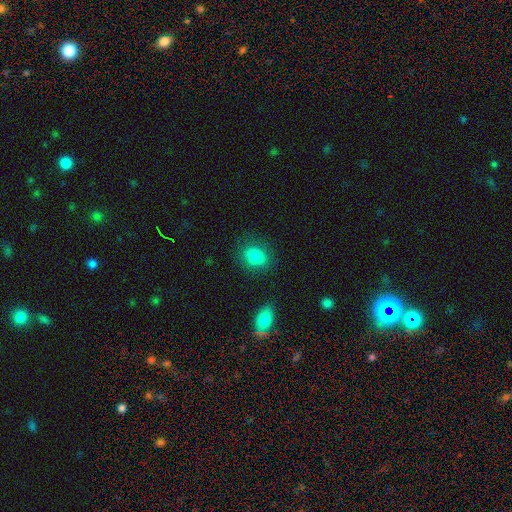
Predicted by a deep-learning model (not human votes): This is clearly a smooth galaxy (82%). How rounded: possibly in between (59%). Merging: likely none (72%).